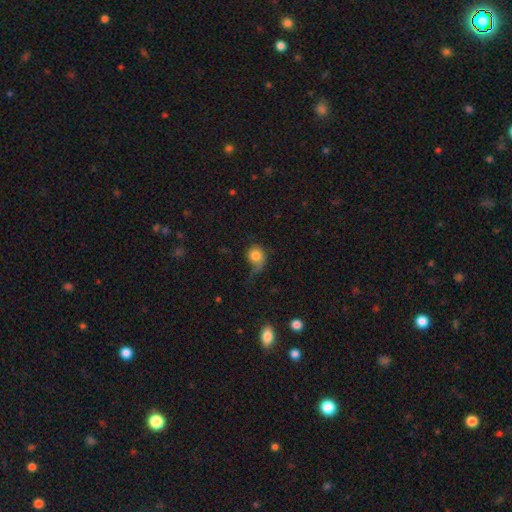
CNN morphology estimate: Smooth or featured? smooth (73%)
How rounded? round (76%)
Merging? none (34%, tied with major disturbance)